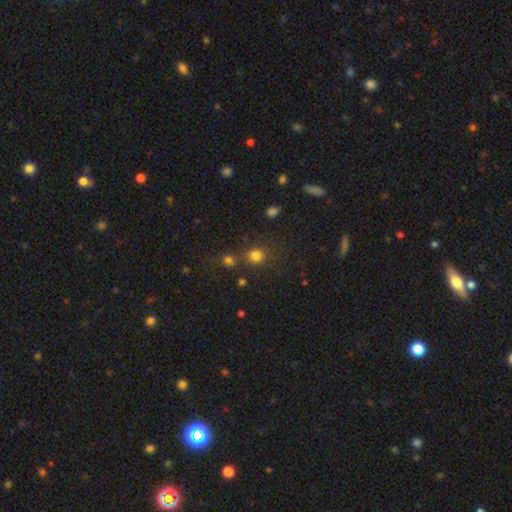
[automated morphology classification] Smooth or featured?
  - smooth: 77% *
  - star or artifact: 17%
  - featured or disk: 6%
How rounded?
  - round: 87% *
  - in between: 12%
  - cigar-shaped: 1%
Merging?
  - none: 70% *
  - merger: 16%
  - minor disturbance: 9%
  - major disturbance: 5%